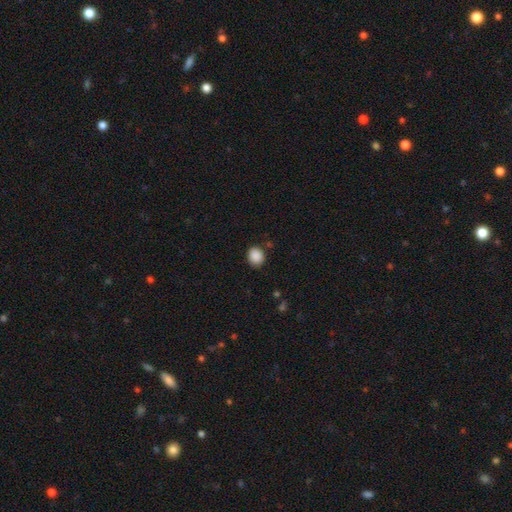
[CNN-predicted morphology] smooth 89%, star or artifact 9%, featured or disk 3%. Down the decision tree: how rounded — round (64%); merging — none (84%).